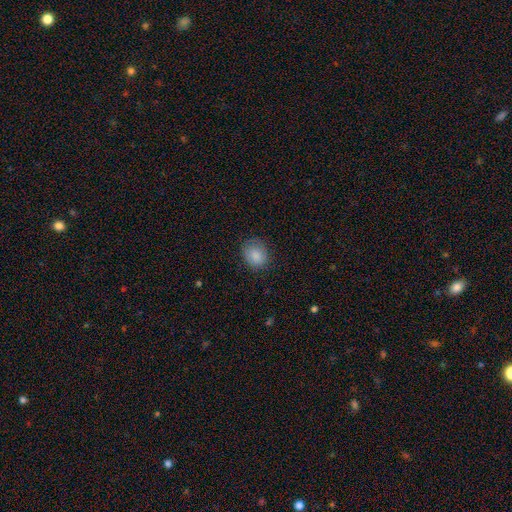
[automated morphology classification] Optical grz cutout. It shows a smooth galaxy with no disk features (85%) that is round (62%). Merging: none (75%).